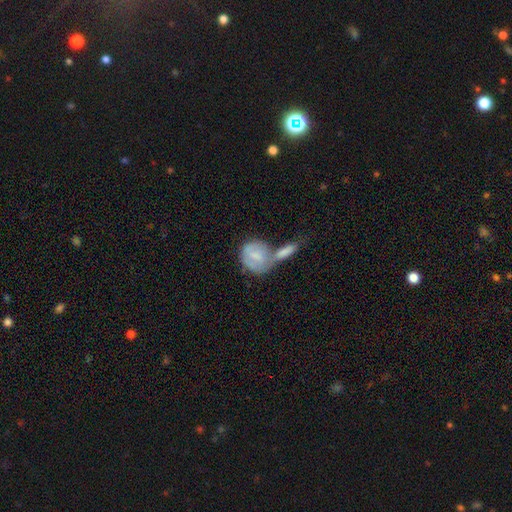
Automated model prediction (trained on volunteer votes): This appears to be a smooth galaxy with no disk features (62%) that is round (59%). Merging: merger (55%).